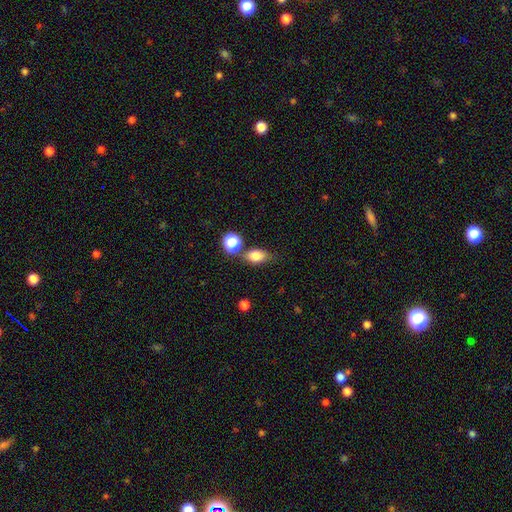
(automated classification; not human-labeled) Smooth or featured? Predicted: smooth (p=0.82). How rounded? Predicted: in between (p=0.78). Merging? Predicted: none (p=0.63).